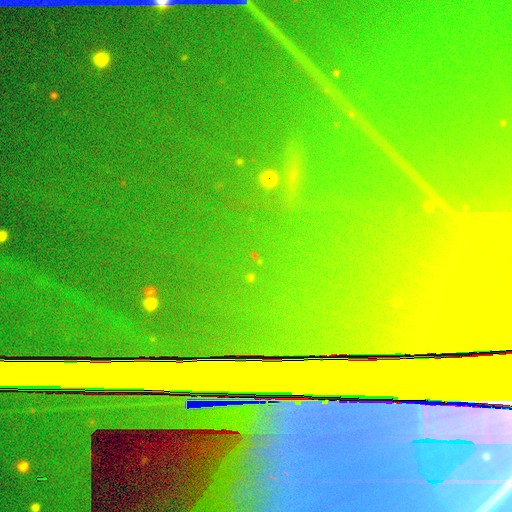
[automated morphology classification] Overall: star or artifact (81%).